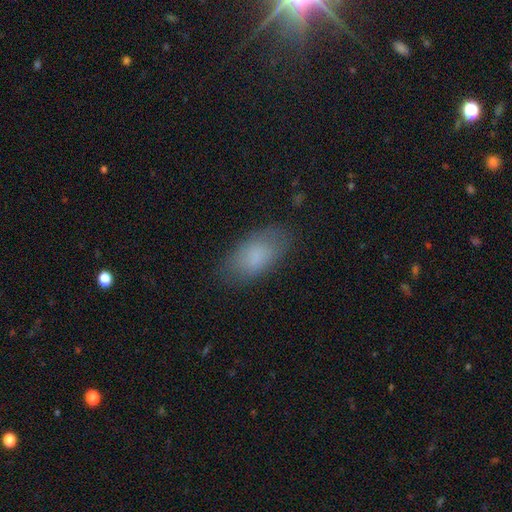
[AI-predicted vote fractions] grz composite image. It shows a smooth galaxy with no disk features (82%) that is in between round and cigar-shaped (92%). Merging: none (80%).